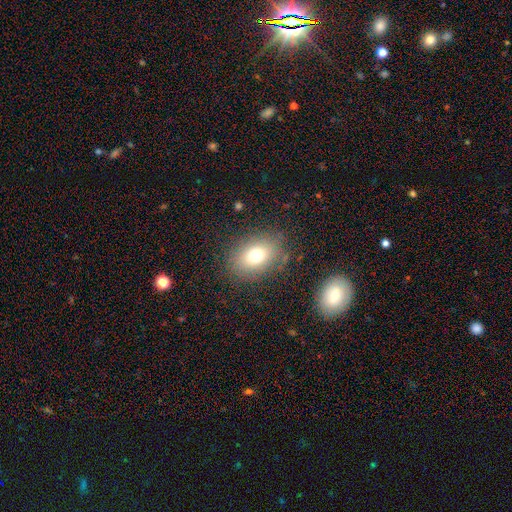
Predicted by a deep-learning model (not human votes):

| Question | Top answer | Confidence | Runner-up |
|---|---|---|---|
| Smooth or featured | smooth | 74% | featured or disk (14%) |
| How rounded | in between | 69% | round (30%) |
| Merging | none | 81% | minor disturbance (12%) |